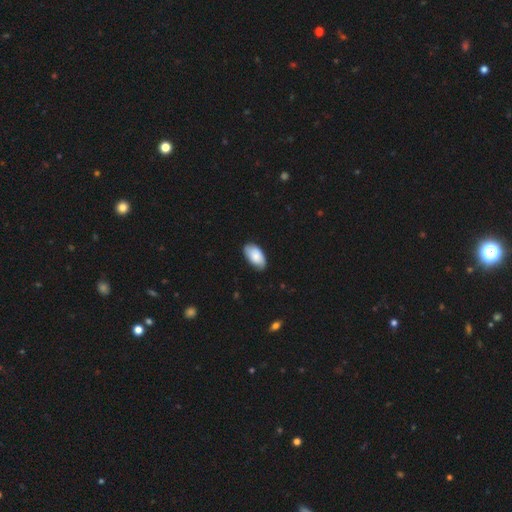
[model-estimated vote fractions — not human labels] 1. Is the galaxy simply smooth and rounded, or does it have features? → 79% smooth, 15% featured or disk, 6% star or artifact.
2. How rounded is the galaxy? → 95% in between, 3% round, 2% cigar-shaped.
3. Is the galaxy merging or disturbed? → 78% none, 18% minor disturbance, 3% major disturbance, 1% merger.